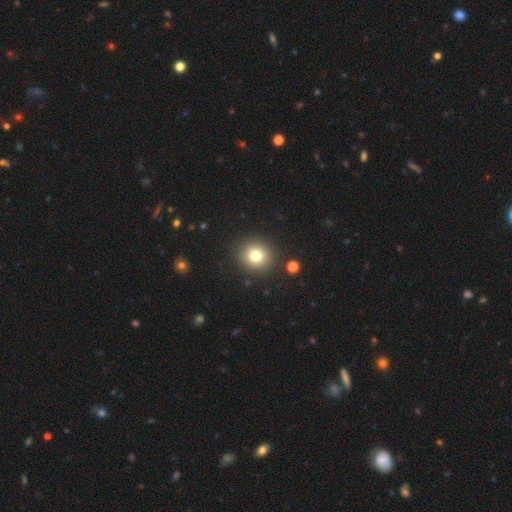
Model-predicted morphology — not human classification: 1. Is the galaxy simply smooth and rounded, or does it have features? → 78% smooth, 13% star or artifact, 9% featured or disk.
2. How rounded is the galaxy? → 89% round, 10% in between, 1% cigar-shaped.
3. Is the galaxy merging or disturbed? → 90% none, 6% minor disturbance, 2% major disturbance, 2% merger.